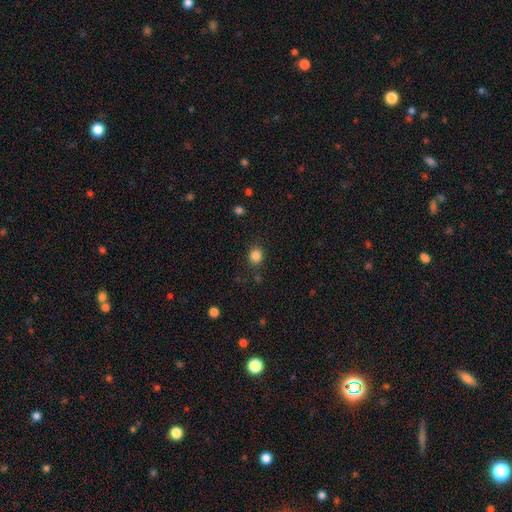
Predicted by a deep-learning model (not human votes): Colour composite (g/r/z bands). It shows a smooth galaxy with no disk features (85%) that is round (80%). Merging: none (86%).